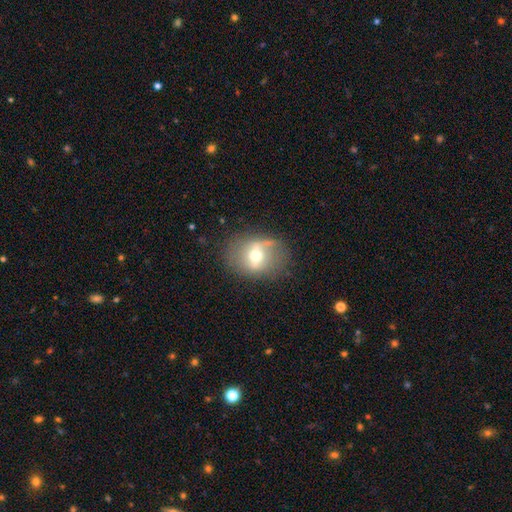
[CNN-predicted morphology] This appears to be a featured or disk galaxy (52%). Merging: none (69%).